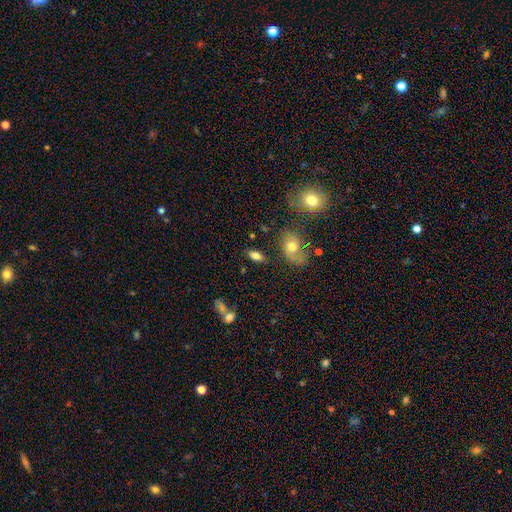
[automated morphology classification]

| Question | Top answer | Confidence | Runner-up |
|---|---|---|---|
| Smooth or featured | smooth | 73% | featured or disk (17%) |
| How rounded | in between | 84% | cigar-shaped (10%) |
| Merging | none | 78% | minor disturbance (12%) |